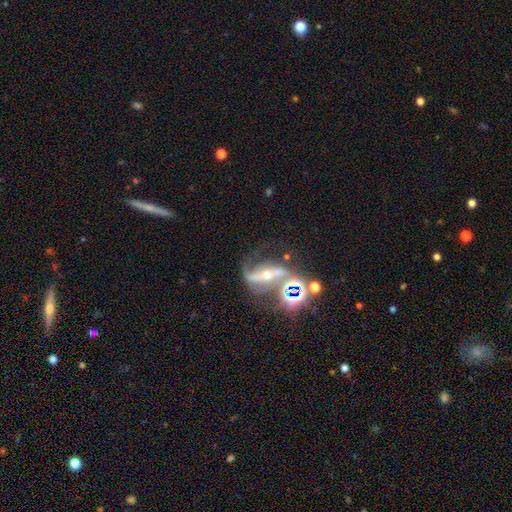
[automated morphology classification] type=featured or disk (74%); edge-on=no (89%); bar=strong (35%); spiral arms=yes (80%); winding=loose (52%); arm count=2 (80%); bulge=moderate (46%); merging=merger (39%).